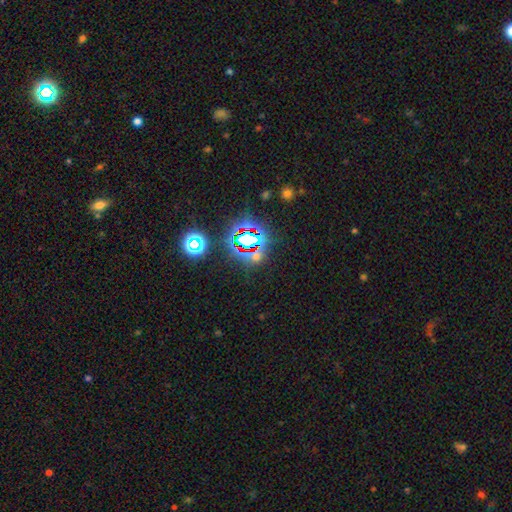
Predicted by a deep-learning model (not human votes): smooth_or_featured: star or artifact (p=0.70) [alt: smooth p=0.21]